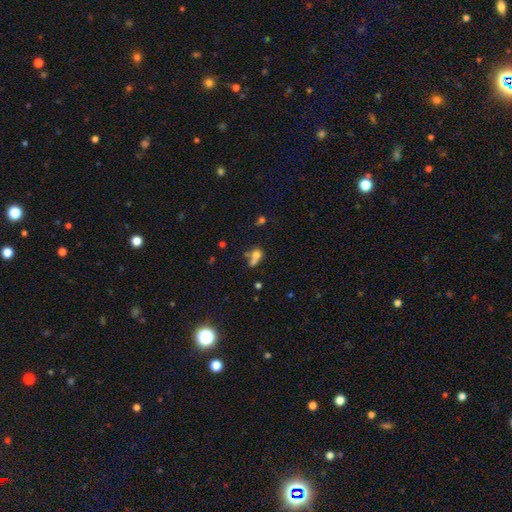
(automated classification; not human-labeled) smooth 69%, featured or disk 17%, star or artifact 14%. Down the decision tree: how rounded — round (50%); merging — merger (47%).